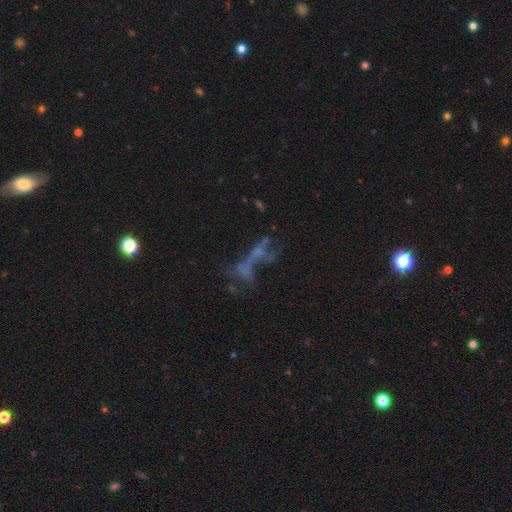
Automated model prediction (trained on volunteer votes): Q: Smooth or featured?
A: featured or disk (46%); runner-up: star or artifact (29%)
Q: Merging?
A: none (32%); runner-up: major disturbance (31%)